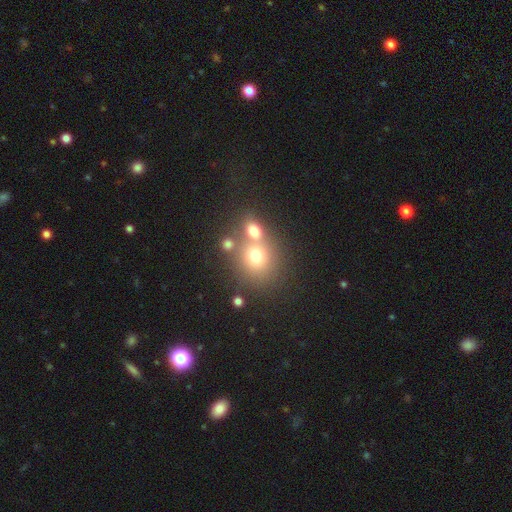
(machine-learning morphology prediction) smooth 69%, star or artifact 16%, featured or disk 15%. Down the decision tree: how rounded — round (78%); merging — merger (44%).